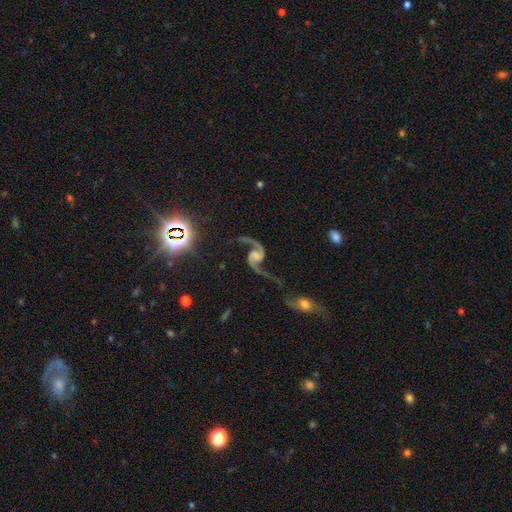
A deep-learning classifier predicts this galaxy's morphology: A featured or disk galaxy (91%) with no bar (55%), 2 (94%) loose (78%) spiral arms (98%) and no central bulge (44%). Merging: none (69%).